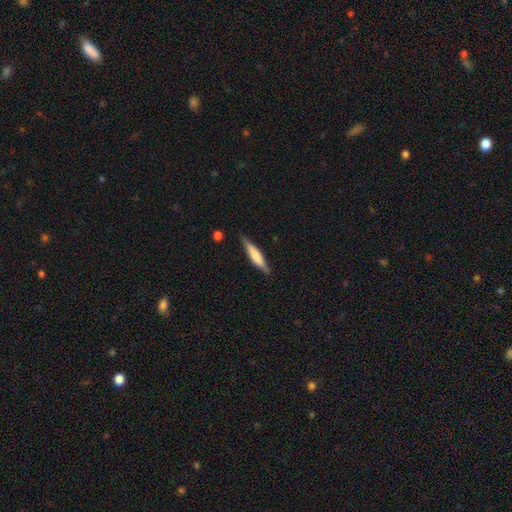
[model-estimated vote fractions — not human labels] Smooth or featured? smooth (56%)
How rounded? cigar-shaped (87%)
Merging? none (85%)